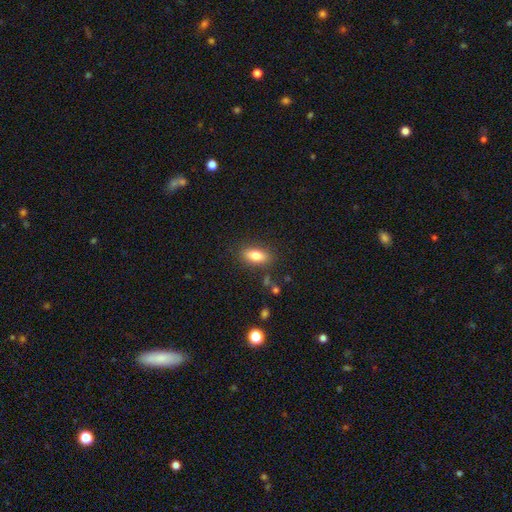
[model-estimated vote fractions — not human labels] This appears to be a smooth galaxy with no disk features (80%) that is in between round and cigar-shaped (85%). Merging: none (85%).